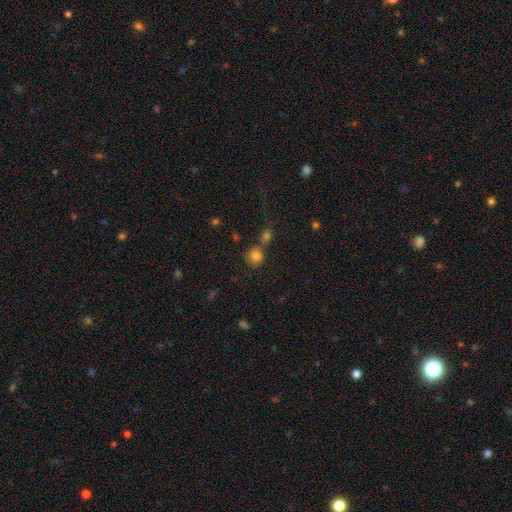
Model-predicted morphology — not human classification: The model was most divided on "merging": none: 64%, merger: 23%, minor disturbance: 10%, major disturbance: 4%. More confident: how rounded — round (86%); smooth or featured — smooth (81%).